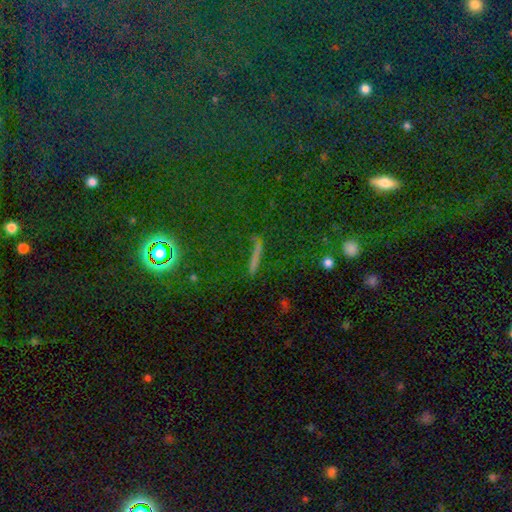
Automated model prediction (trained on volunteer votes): A star or artifact, not a galaxy (40%).